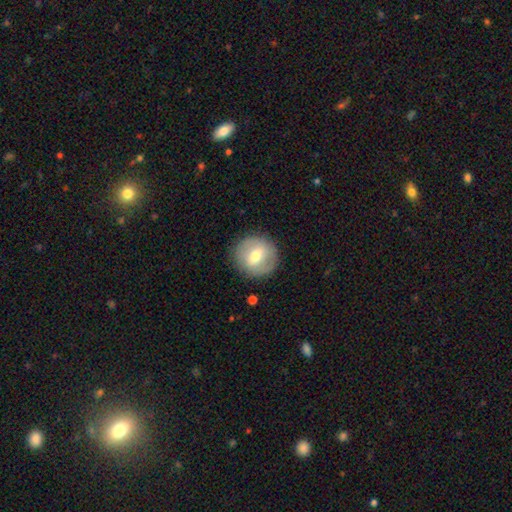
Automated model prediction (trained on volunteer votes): A smooth galaxy with no disk features (55%) that is round (91%). Merging: none (87%).